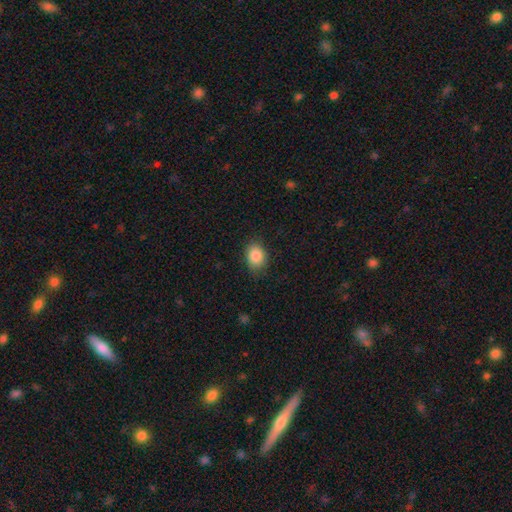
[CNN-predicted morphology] The model was most divided on "how rounded": in between: 63%, round: 36%, cigar-shaped: 1%. More confident: smooth or featured — smooth (86%); merging — none (81%).